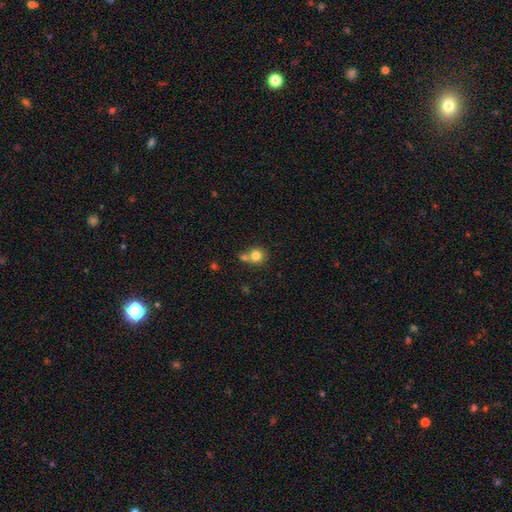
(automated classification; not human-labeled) Smooth or featured?
  - smooth: 80% *
  - star or artifact: 11%
  - featured or disk: 10%
How rounded?
  - round: 87% *
  - in between: 12%
  - cigar-shaped: 1%
Merging?
  - none: 49% *
  - merger: 37%
  - minor disturbance: 10%
  - major disturbance: 4%